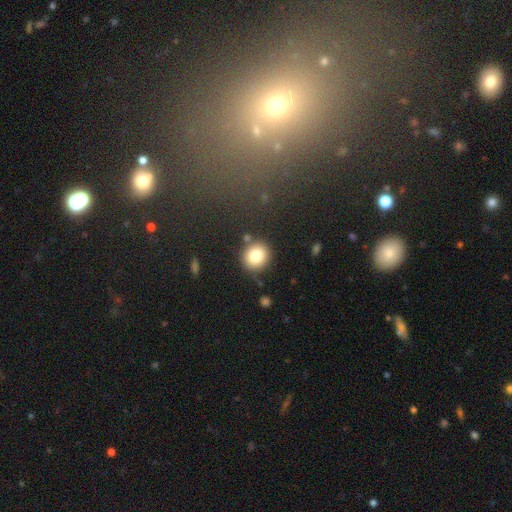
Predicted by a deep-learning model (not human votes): Smooth or featured?
  - smooth: 83% *
  - star or artifact: 10%
  - featured or disk: 8%
How rounded?
  - round: 84% *
  - in between: 15%
  - cigar-shaped: 1%
Merging?
  - none: 83% *
  - minor disturbance: 10%
  - merger: 5%
  - major disturbance: 3%